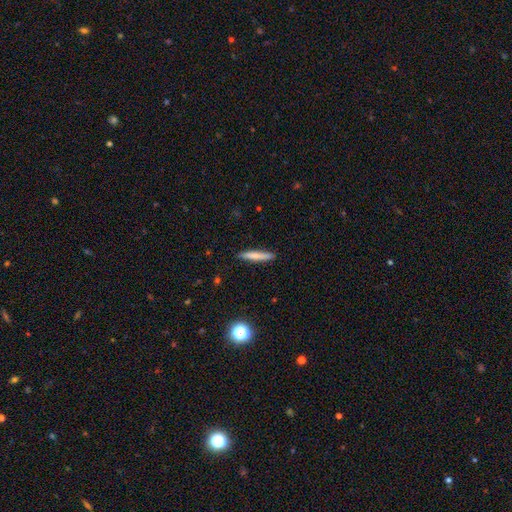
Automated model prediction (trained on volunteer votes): Smooth or featured? Predicted: smooth (p=0.72). How rounded? Predicted: cigar-shaped (p=0.93). Merging? Predicted: none (p=0.90).